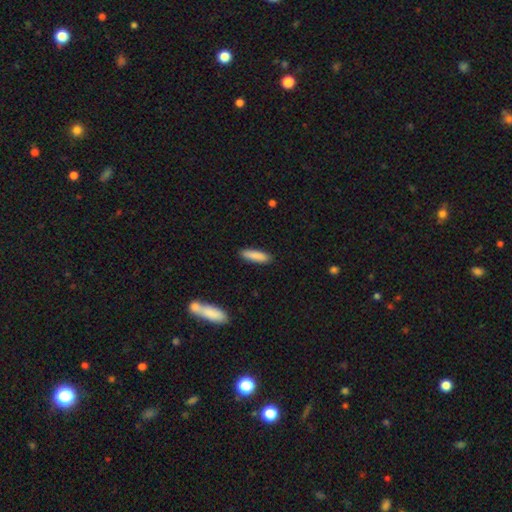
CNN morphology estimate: A smooth galaxy with no disk features (88%) that is cigar-shaped (66%).

Vote fractions:
- Smooth or featured? smooth: 88% / featured or disk: 6% / star or artifact: 6%
- How rounded? cigar-shaped: 66% / in between: 33% / round: 1%
- Merging? none: 89% / minor disturbance: 7% / major disturbance: 2% / merger: 1%